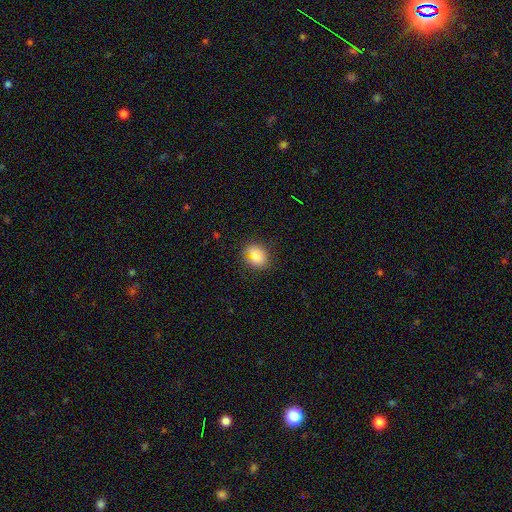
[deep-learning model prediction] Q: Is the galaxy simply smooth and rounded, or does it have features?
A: smooth — 79%.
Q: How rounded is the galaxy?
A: round — 57%.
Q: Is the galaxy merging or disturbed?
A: none — 77%.